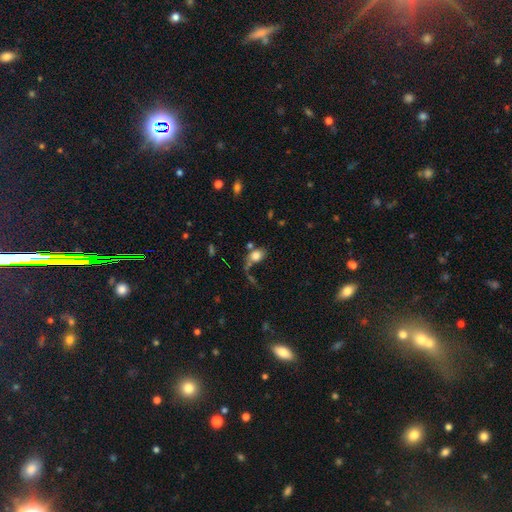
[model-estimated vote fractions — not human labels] Morphology: type=smooth (76%); roundness=in between (70%); merging=none (40%).